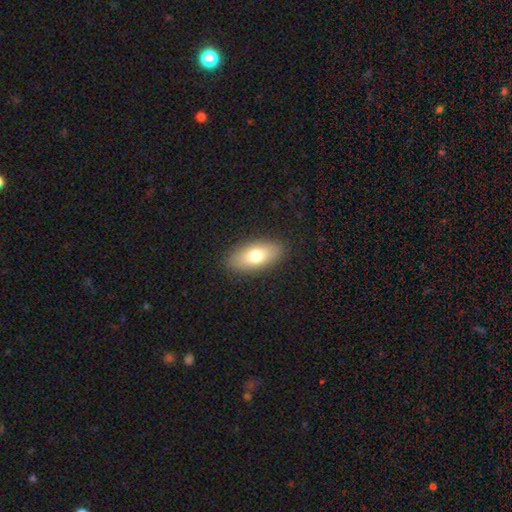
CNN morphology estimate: type=smooth (76%); roundness=in between (87%); merging=none (88%).